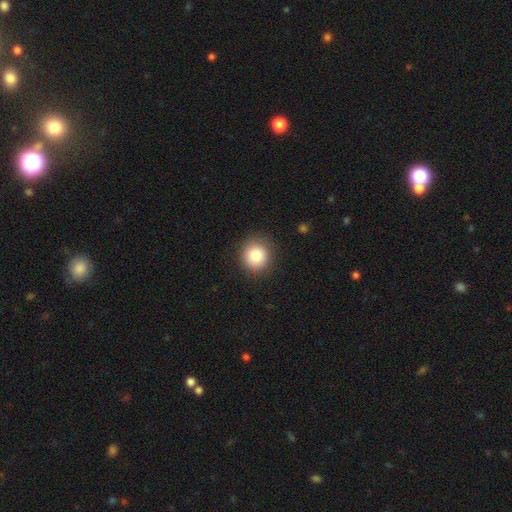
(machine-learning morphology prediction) Smooth or featured? smooth (83%)
How rounded? round (91%)
Merging? none (89%)